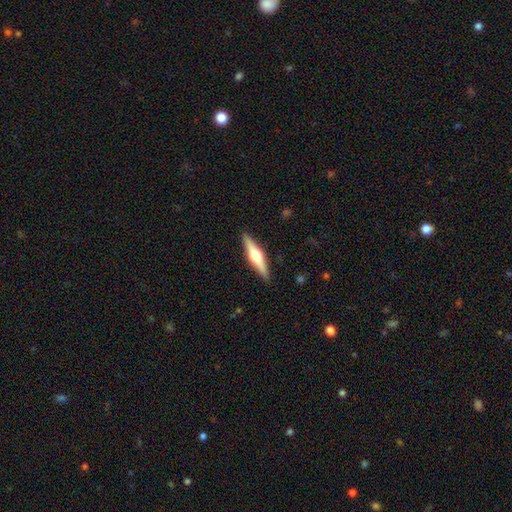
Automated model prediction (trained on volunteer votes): Smooth or featured? Predicted: featured or disk (p=0.67). Edge-on disk? Predicted: yes (p=0.98). Edge-on bulge? Predicted: rounded (p=0.93). Merging? Predicted: none (p=0.91).